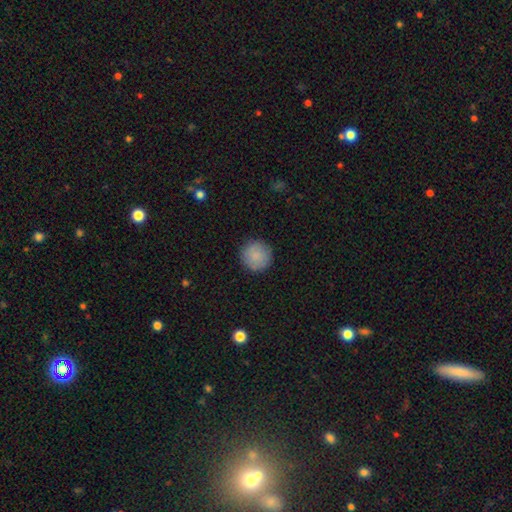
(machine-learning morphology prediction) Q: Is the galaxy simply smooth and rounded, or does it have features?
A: smooth — 87%.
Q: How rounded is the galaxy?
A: round — 95%.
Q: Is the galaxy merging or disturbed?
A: none — 89%.